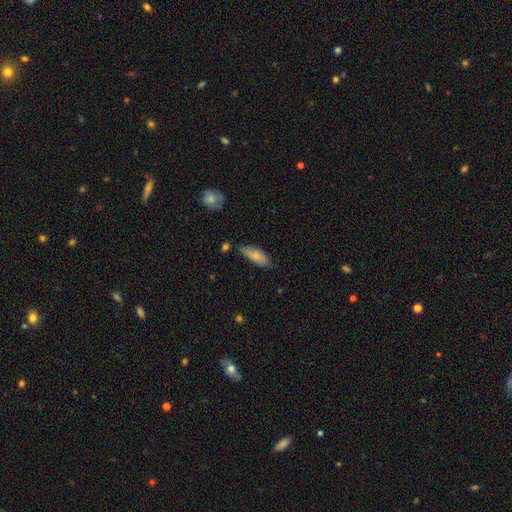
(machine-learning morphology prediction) A smooth galaxy with no disk features (75%) that is in between round and cigar-shaped (70%). Merging: none (71%).